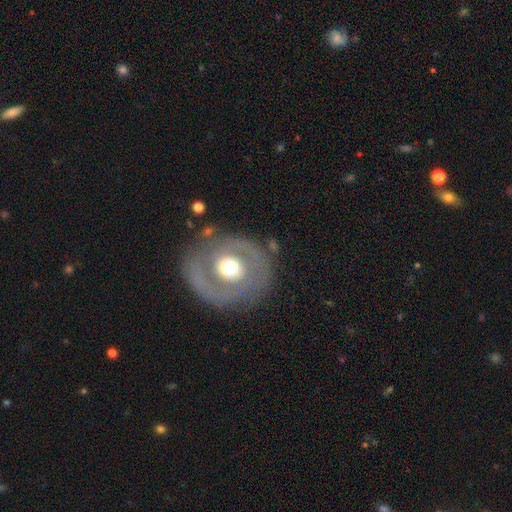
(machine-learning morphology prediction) Smooth or featured? Predicted: featured or disk (p=0.66). Edge-on disk? Predicted: no (p=0.96). Bar? Predicted: no (p=0.73). Spiral arms? Predicted: no (p=0.56). Bulge size? Predicted: moderate (p=0.69). Merging? Predicted: none (p=0.76).